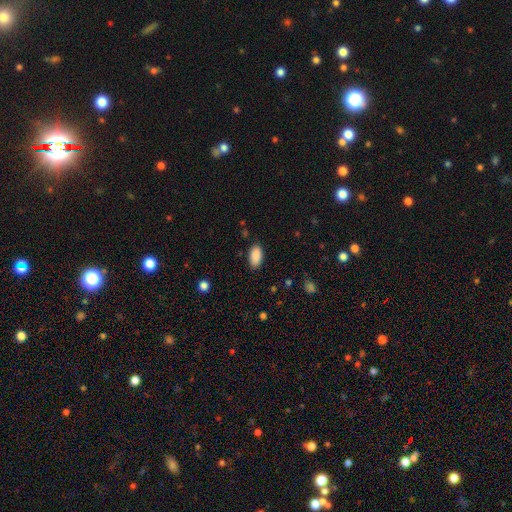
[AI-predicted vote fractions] This appears to be a smooth galaxy with no disk features (90%) that is in between round and cigar-shaped (95%). Merging: none (86%).